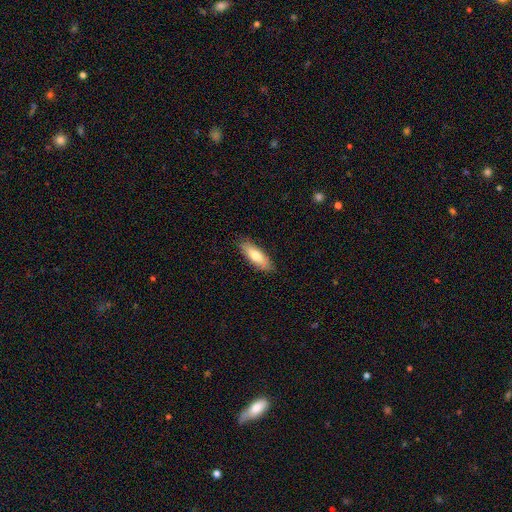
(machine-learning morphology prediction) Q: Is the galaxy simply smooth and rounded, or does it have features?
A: smooth — 73%.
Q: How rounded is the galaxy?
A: in between — 56%.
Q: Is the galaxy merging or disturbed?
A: none — 86%.